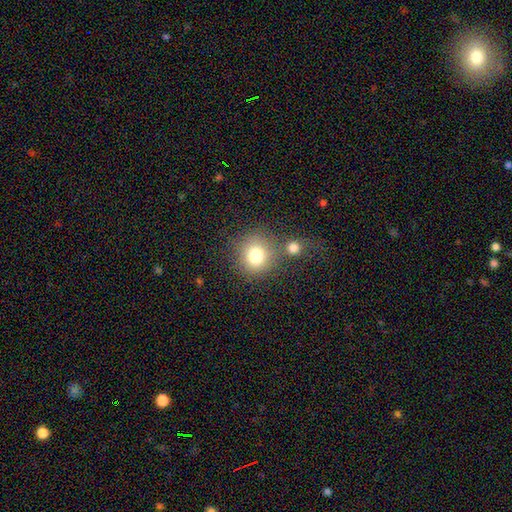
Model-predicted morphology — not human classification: The model was most divided on "merging": none: 67%, merger: 17%, minor disturbance: 10%, major disturbance: 5%. More confident: how rounded — round (88%); smooth or featured — smooth (79%).